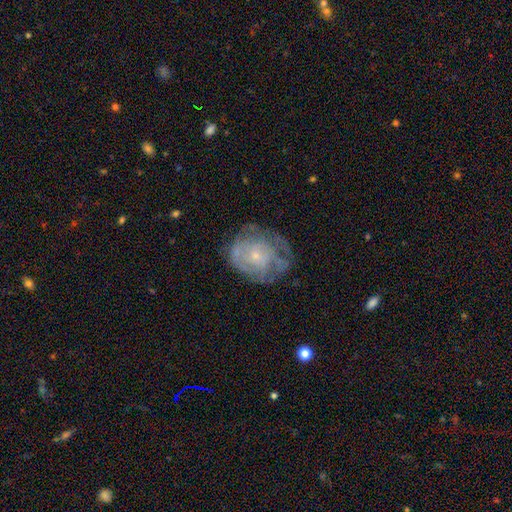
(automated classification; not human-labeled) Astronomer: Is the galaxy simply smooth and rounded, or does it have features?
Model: featured or disk — 67%.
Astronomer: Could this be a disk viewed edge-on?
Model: no — 97%.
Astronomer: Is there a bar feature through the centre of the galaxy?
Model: no — 82%.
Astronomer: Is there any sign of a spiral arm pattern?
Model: yes — 64%.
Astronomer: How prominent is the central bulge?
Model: small — 73%.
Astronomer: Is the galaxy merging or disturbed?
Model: none — 57%.